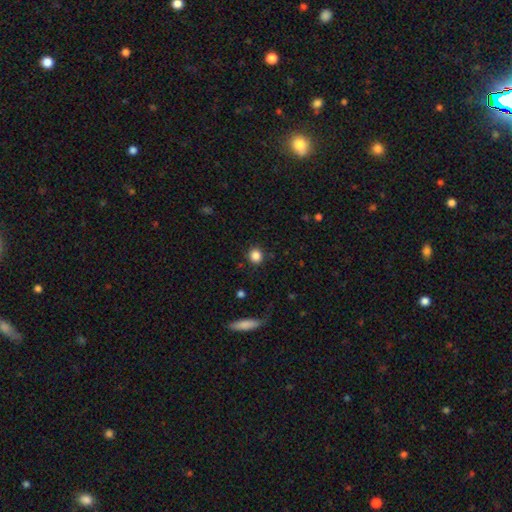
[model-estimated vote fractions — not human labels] Smooth or featured?
  - smooth: 86% *
  - star or artifact: 10%
  - featured or disk: 4%
How rounded?
  - round: 88% *
  - in between: 10%
  - cigar-shaped: 1%
Merging?
  - none: 89% *
  - minor disturbance: 7%
  - major disturbance: 2%
  - merger: 1%